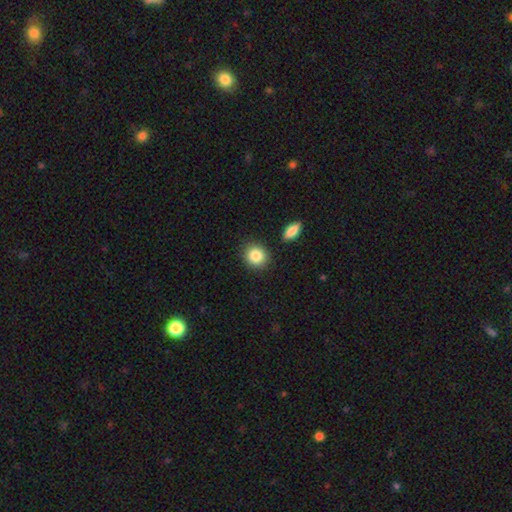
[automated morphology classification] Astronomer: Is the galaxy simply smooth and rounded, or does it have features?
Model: smooth — 86%.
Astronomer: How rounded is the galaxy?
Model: round — 79%.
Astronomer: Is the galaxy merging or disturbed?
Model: none — 85%.